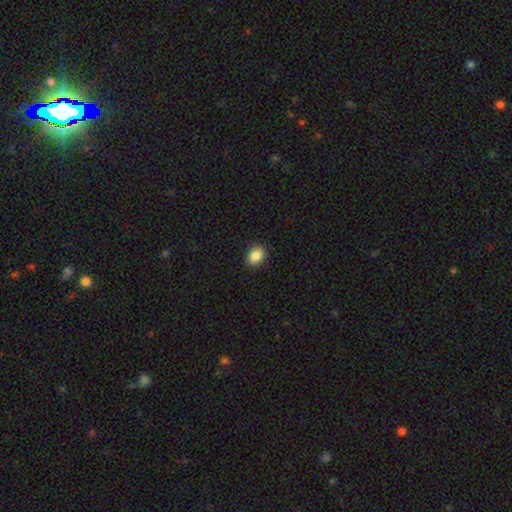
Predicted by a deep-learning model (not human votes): This appears to be a smooth galaxy with no disk features (88%) that is in between round and cigar-shaped (62%). Merging: none (89%).